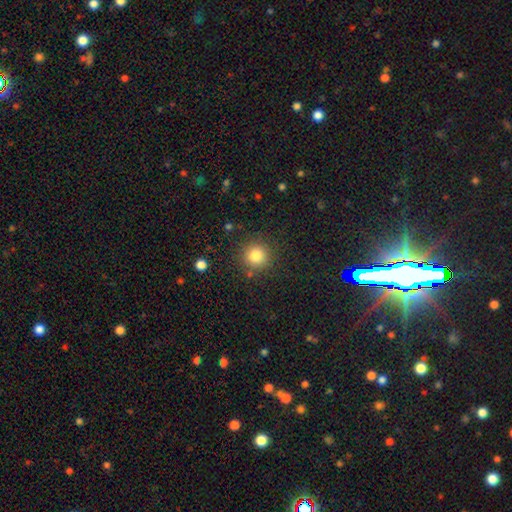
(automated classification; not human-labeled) A smooth galaxy with no disk features (81%) that is round (94%).

Vote fractions:
- Smooth or featured? smooth: 81% / star or artifact: 12% / featured or disk: 7%
- How rounded? round: 94% / in between: 5% / cigar-shaped: 1%
- Merging? none: 87% / minor disturbance: 8% / major disturbance: 3% / merger: 3%